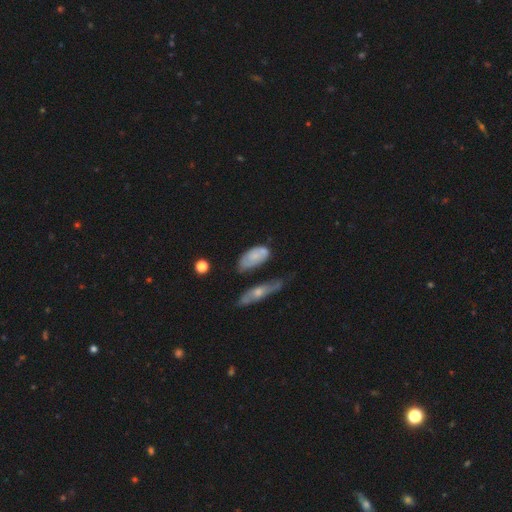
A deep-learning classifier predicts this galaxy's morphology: type=smooth (60%); roundness=in between (87%); merging=none (47%).